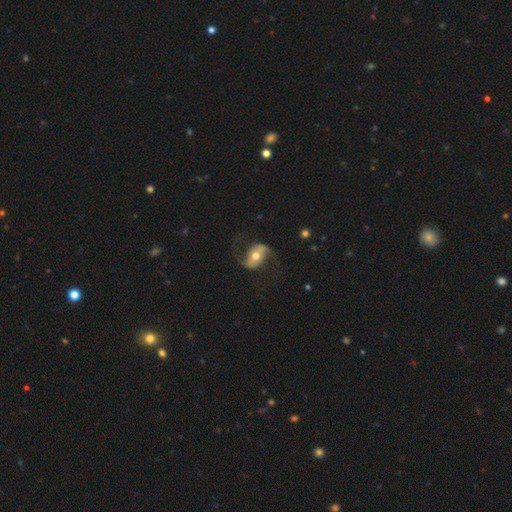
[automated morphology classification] This is likely a featured or disk galaxy (77%). It is clearly not viewed edge-on (95%). Bar: marginally strong (35%, tied with no). Spiral arm pattern: clearly yes (91%). Spiral arm count: clearly 2 (93%). Spiral winding: likely loose (61%). Central bulge: likely moderate (71%). Merging: likely none (70%).